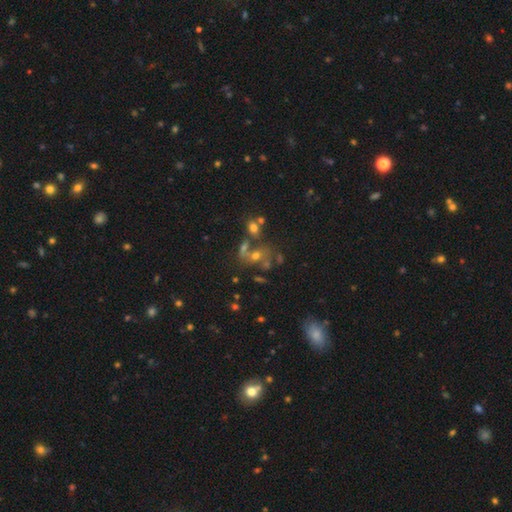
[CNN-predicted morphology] type=smooth (41%); merging=merger (39%).